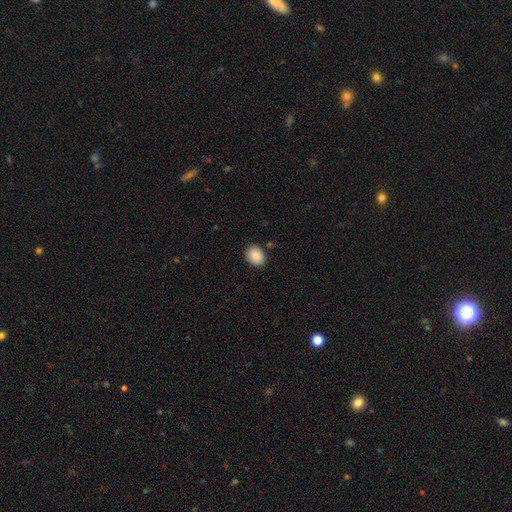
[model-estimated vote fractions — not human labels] The model was most divided on "how rounded": in between: 54%, round: 45%, cigar-shaped: 1%. More confident: smooth or featured — smooth (88%); merging — none (86%).